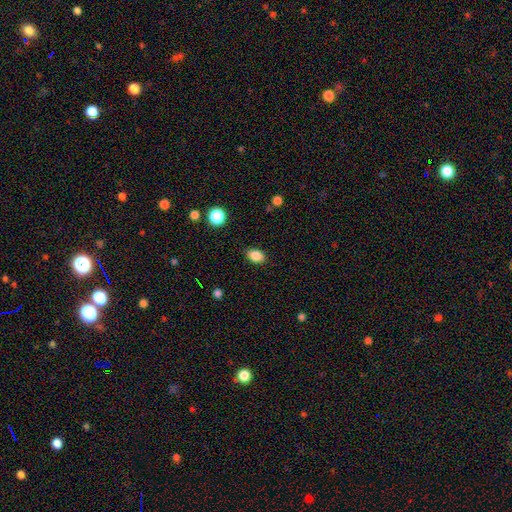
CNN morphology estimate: Smooth or featured? smooth (87%)
How rounded? in between (78%)
Merging? none (87%)